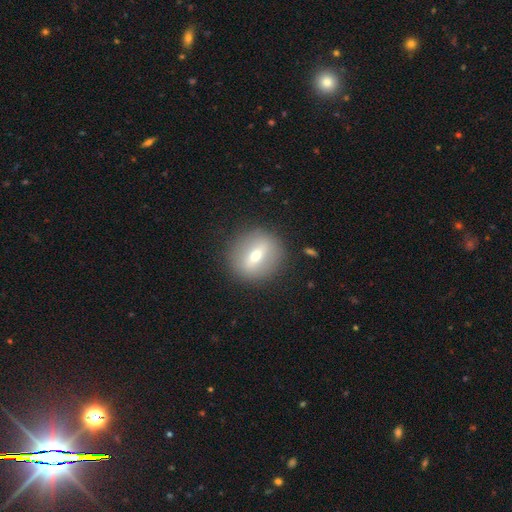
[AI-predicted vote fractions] Smooth or featured? Predicted: smooth (p=0.47). Merging? Predicted: none (p=0.87).